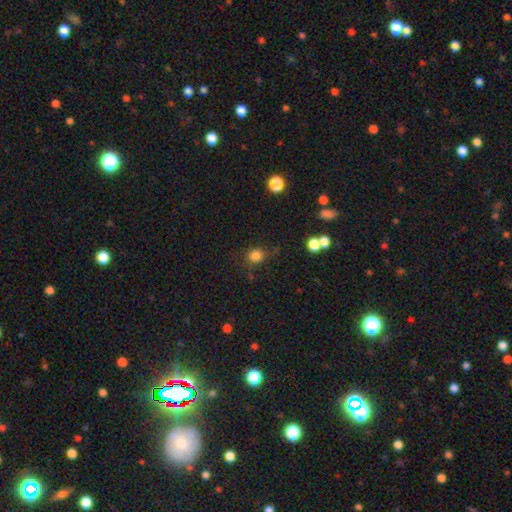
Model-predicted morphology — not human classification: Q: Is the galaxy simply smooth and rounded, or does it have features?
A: smooth — 82%.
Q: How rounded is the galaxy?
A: round — 83%.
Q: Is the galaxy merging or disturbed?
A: none — 74%.